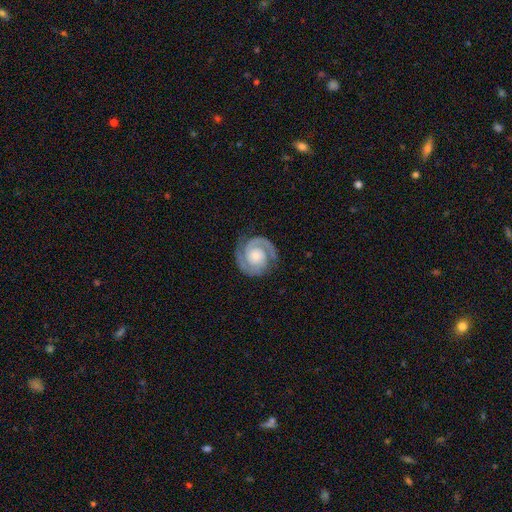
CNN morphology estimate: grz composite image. It shows a featured or disk galaxy (90%) with no bar (72%), 2 (91%) tight (66%) spiral arms (98%) and a small central bulge (42%). Merging: none (83%).